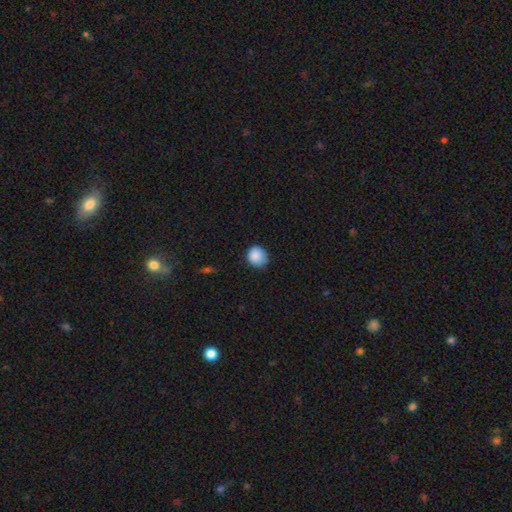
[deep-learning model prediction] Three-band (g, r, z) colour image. It shows a smooth galaxy with no disk features (88%) that is round (81%). Merging: none (73%).